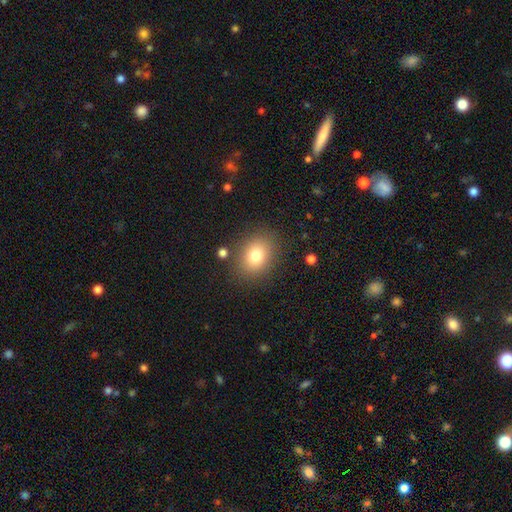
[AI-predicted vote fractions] smooth_or_featured: smooth (p=0.79) [alt: star or artifact p=0.11]
how_rounded: in between (p=0.52) [alt: round p=0.47]
merging: none (p=0.84) [alt: minor disturbance p=0.10]